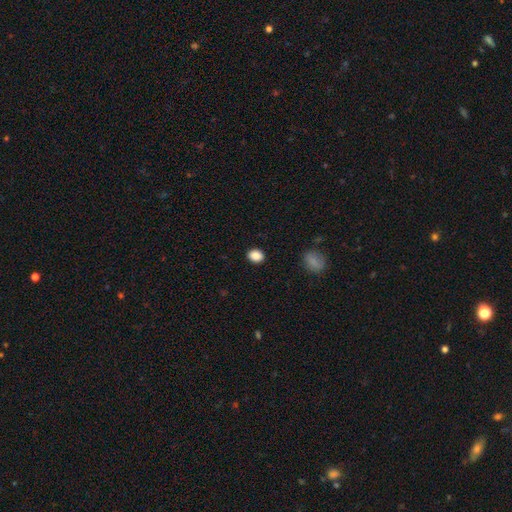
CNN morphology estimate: Smooth or featured: smooth — 88% (star or artifact — 9%)
How rounded: in between — 53% (round — 46%)
Merging: none — 89% (minor disturbance — 8%)